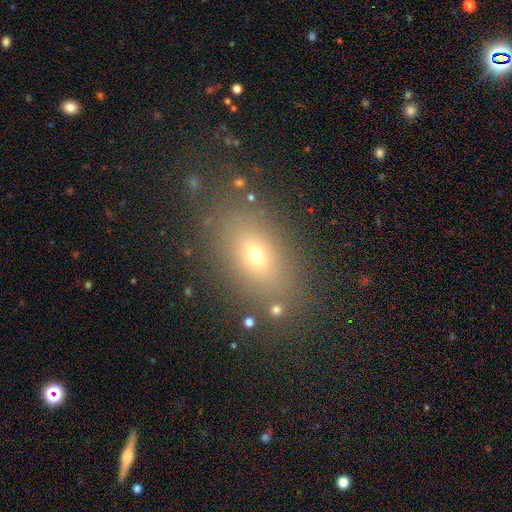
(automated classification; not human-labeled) Smooth or featured? Predicted: smooth (p=0.66). How rounded? Predicted: in between (p=0.78). Merging? Predicted: none (p=0.80).